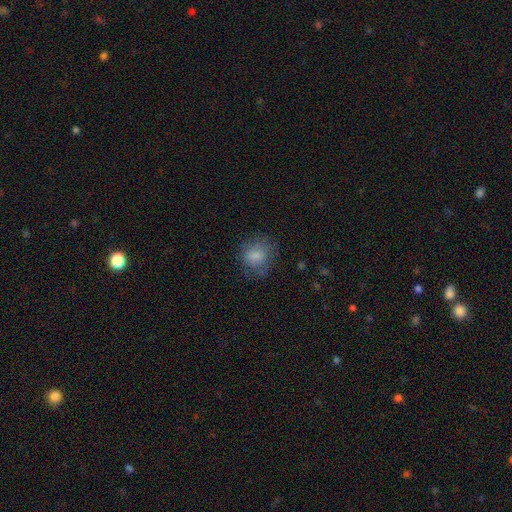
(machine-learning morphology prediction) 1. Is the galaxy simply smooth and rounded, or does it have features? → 77% smooth, 13% featured or disk, 10% star or artifact.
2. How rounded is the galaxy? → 71% round, 28% in between, 1% cigar-shaped.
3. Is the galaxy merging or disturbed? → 64% none, 22% minor disturbance, 13% major disturbance, 1% merger.